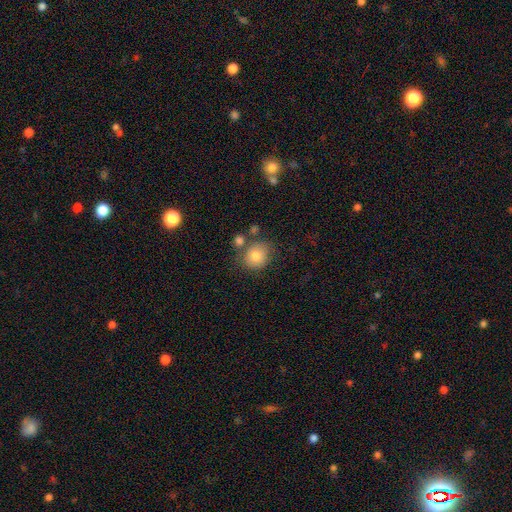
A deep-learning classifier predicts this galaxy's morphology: Overall: smooth (80%). How rounded: round (79%). Merging: none (69%).